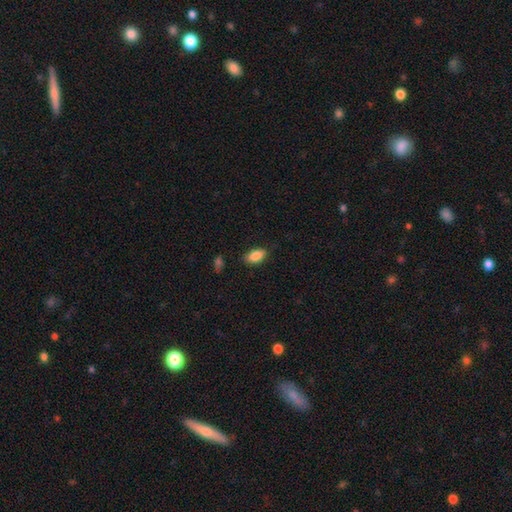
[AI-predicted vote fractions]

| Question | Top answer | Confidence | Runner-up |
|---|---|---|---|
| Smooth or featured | smooth | 87% | star or artifact (7%) |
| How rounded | in between | 92% | round (4%) |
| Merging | none | 82% | minor disturbance (14%) |